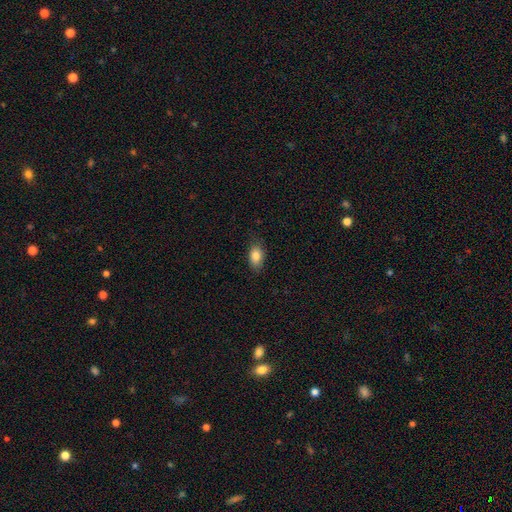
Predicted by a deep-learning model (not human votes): Morphology: type=smooth (84%); roundness=in between (88%); merging=none (82%).